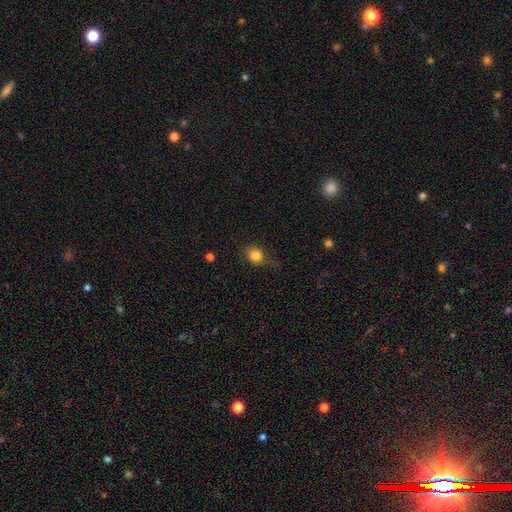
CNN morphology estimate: Smooth or featured?
  - smooth: 82% *
  - star or artifact: 11%
  - featured or disk: 8%
How rounded?
  - round: 76% *
  - in between: 23%
  - cigar-shaped: 1%
Merging?
  - none: 63% *
  - minor disturbance: 25%
  - major disturbance: 9%
  - merger: 2%